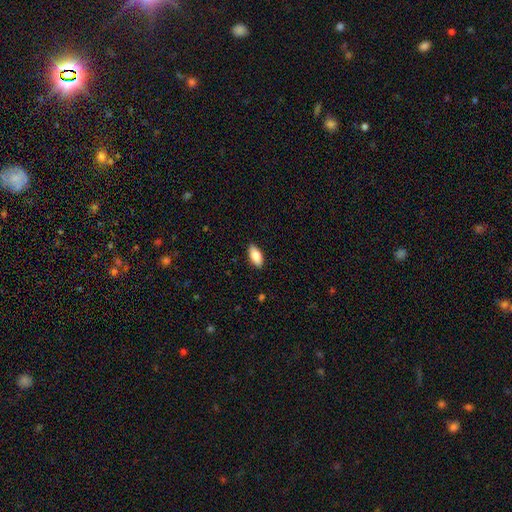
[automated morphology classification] The model was most divided on "smooth or featured": smooth: 83%, featured or disk: 11%, star or artifact: 6%. More confident: how rounded — in between (88%); merging — none (88%).